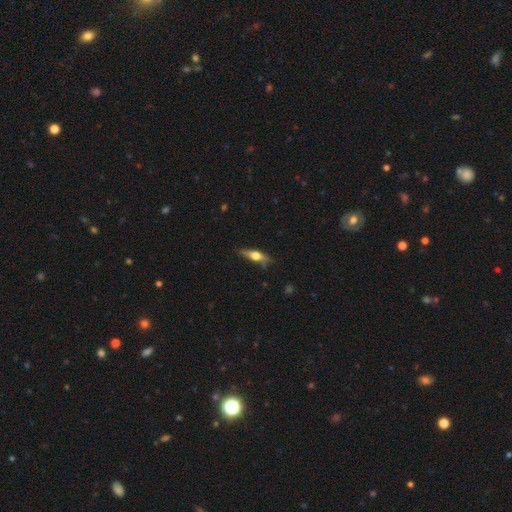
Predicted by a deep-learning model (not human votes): This is possibly a featured or disk galaxy (50%). Merging: likely none (73%).